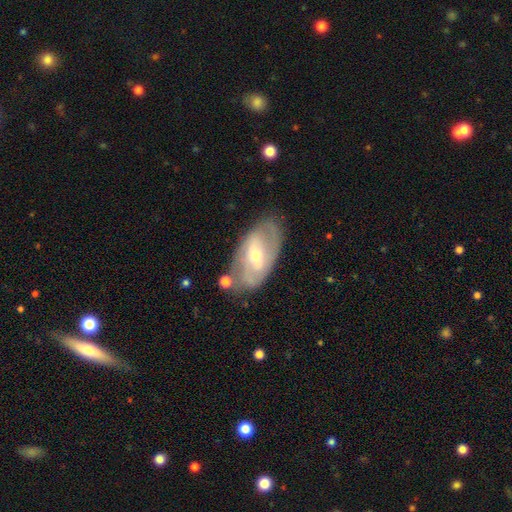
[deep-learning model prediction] Overall: featured or disk (74%). Edge-on disk: no (93%). Bar: weak (44%; strong 34%). Spiral arms: yes (80%). Spiral arm count: 2 (62%; can't tell 25%). Spiral winding: medium (40%, tied with tight). Bulge size: small (53%; moderate 43%). Merging: none (71%).